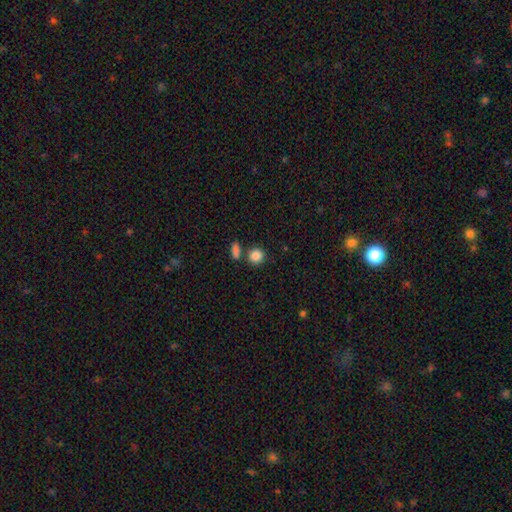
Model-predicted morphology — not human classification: This appears to be a smooth galaxy with no disk features (86%) that is round (84%). Merging: none (73%).